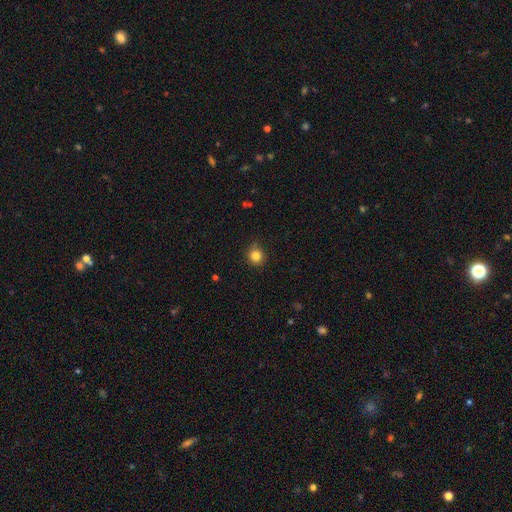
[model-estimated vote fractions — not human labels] smooth_or_featured: smooth (p=0.84) [alt: star or artifact p=0.12]
how_rounded: round (p=0.88) [alt: in between p=0.11]
merging: none (p=0.84) [alt: minor disturbance p=0.12]